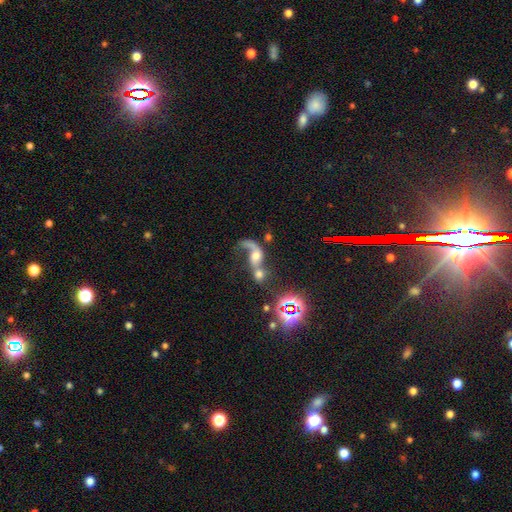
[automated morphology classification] A featured or disk galaxy (53%) with no bar (71%), spiral arms (68%) and a moderate central bulge (45%).

Vote fractions:
- Smooth or featured? featured or disk: 53% / smooth: 29% / star or artifact: 17%
- Edge-on disk? no: 95% / yes: 5%
- Bar? no: 71% / weak: 21% / strong: 8%
- Spiral arms? yes: 68% / no: 32%
- Bulge size? moderate: 45% / large: 23% / small: 17% / none: 10% / dominant: 6%
- Merging? merger: 70% / major disturbance: 14% / none: 10% / minor disturbance: 5%